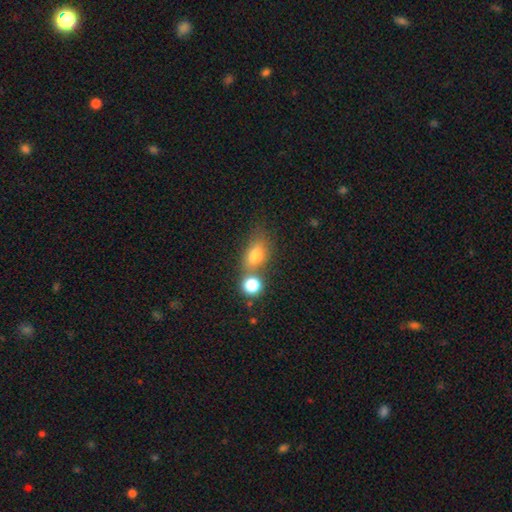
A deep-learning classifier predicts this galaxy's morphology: Smooth or featured: smooth — 76% (star or artifact — 12%)
How rounded: in between — 68% (round — 28%)
Merging: none — 46% (merger — 34%)